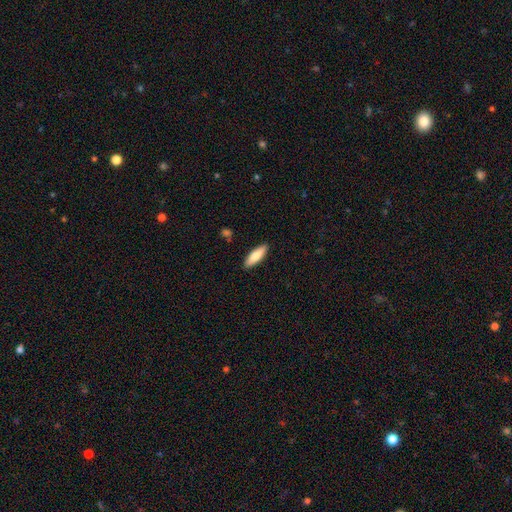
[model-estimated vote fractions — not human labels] Morphology: type=smooth (78%); roundness=in between (54%); merging=none (89%).